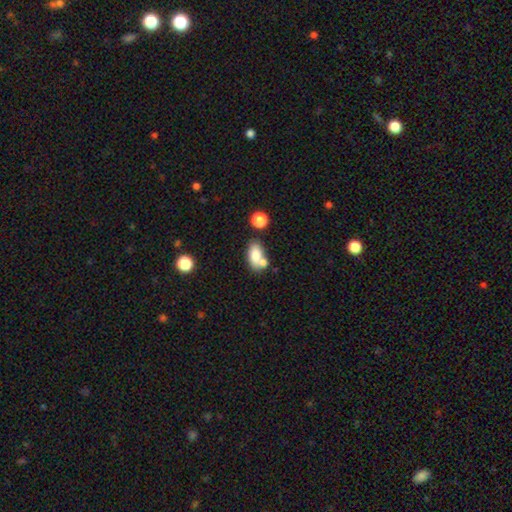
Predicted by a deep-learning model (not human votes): A smooth galaxy with no disk features (78%) that is in between round and cigar-shaped (89%).

Vote fractions:
- Smooth or featured? smooth: 78% / featured or disk: 13% / star or artifact: 9%
- How rounded? in between: 89% / round: 8% / cigar-shaped: 3%
- Merging? none: 51% / merger: 30% / minor disturbance: 14% / major disturbance: 5%